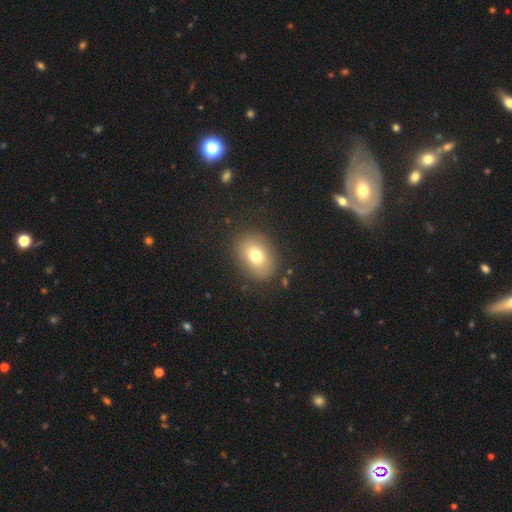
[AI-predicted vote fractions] The model was most divided on "how rounded": in between: 70%, round: 29%, cigar-shaped: 1%. More confident: merging — none (85%); smooth or featured — smooth (76%).